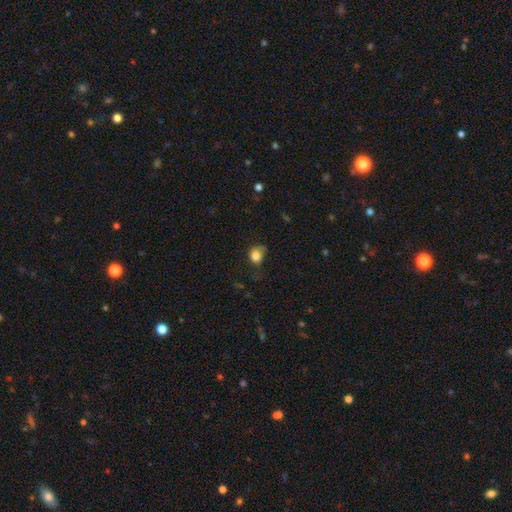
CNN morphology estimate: type=smooth (84%); roundness=round (60%); merging=none (47%).